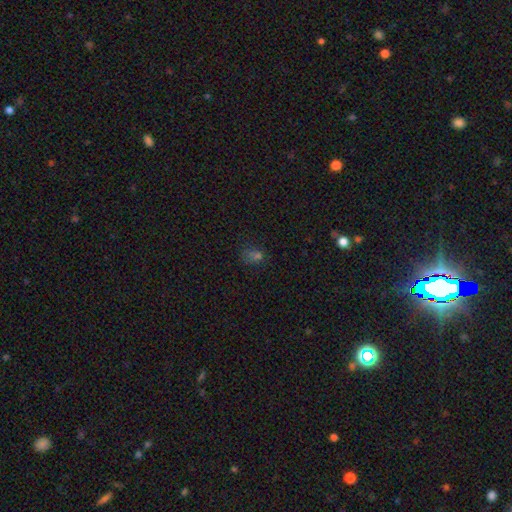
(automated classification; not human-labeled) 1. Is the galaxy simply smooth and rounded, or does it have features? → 56% smooth, 34% star or artifact, 10% featured or disk.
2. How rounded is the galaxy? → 52% in between, 46% round, 2% cigar-shaped.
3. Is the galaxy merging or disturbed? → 57% none, 22% minor disturbance, 14% major disturbance, 7% merger.